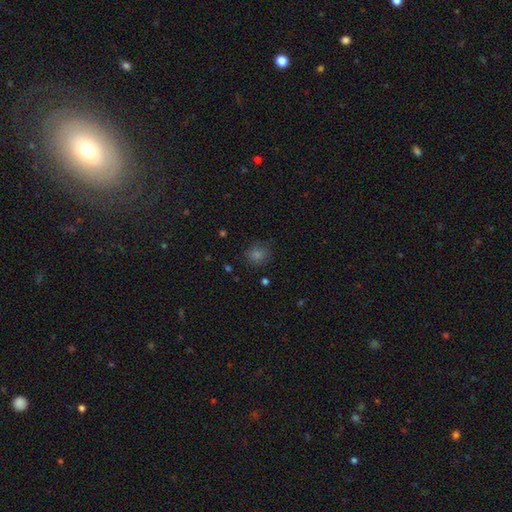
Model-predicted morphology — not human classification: Smooth or featured? smooth (62%)
How rounded? round (83%)
Merging? none (84%)